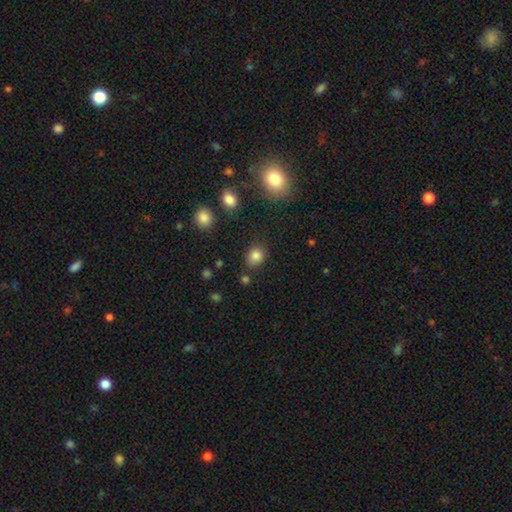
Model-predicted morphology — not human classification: Overall: smooth (83%). How rounded: round (55%; in between 44%). Merging: none (80%).